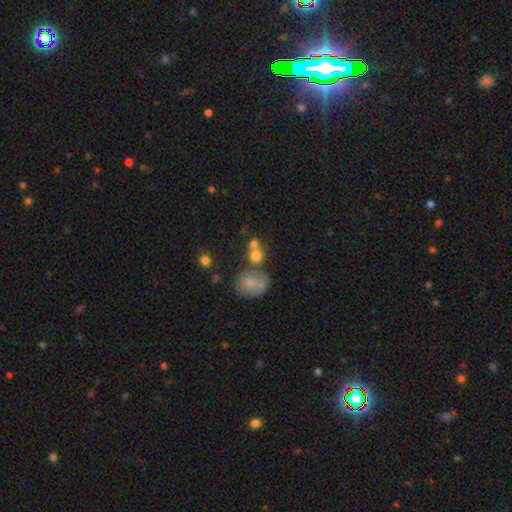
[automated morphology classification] The model was most divided on "merging": merger: 44%, none: 42%, minor disturbance: 9%, major disturbance: 5%. More confident: how rounded — round (81%); smooth or featured — smooth (73%).